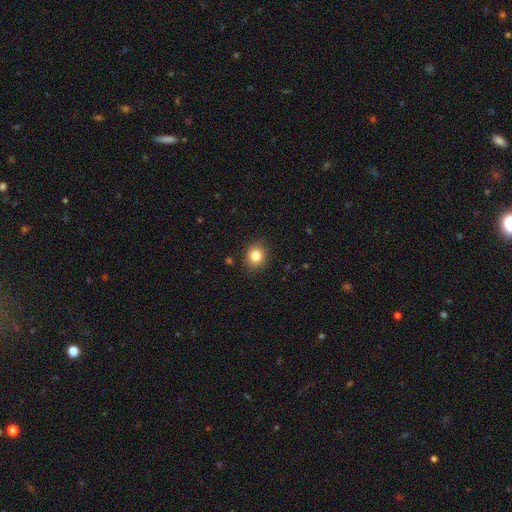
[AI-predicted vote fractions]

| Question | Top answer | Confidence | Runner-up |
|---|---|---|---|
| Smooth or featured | smooth | 83% | star or artifact (11%) |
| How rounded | round | 76% | in between (23%) |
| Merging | none | 89% | minor disturbance (8%) |